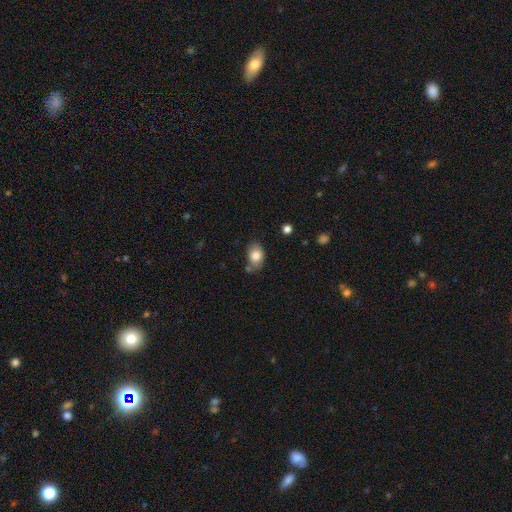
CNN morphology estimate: smooth-or-featured: smooth: 83% | featured or disk: 9% | star or artifact: 8%
  how-rounded: in between: 75% | round: 24% | cigar-shaped: 1%
  merging: none: 63% | minor disturbance: 23% | merger: 8% | major disturbance: 6%